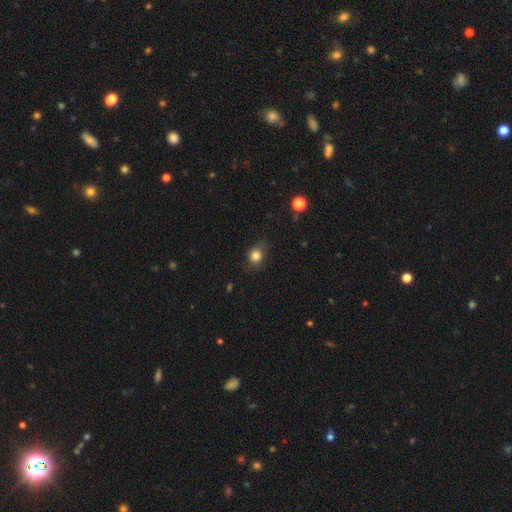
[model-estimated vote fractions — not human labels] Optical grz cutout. It shows a smooth galaxy with no disk features (83%) that is round (71%). Merging: none (78%).